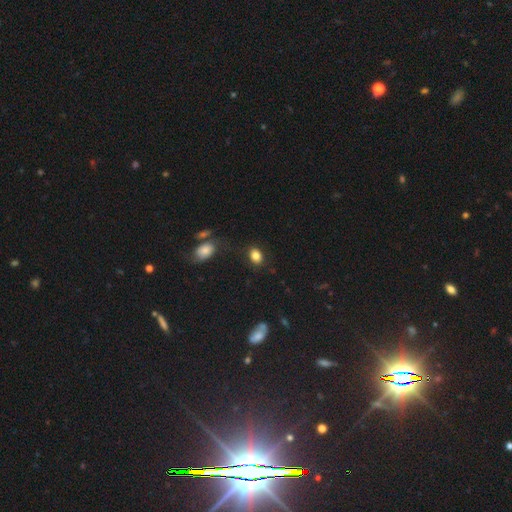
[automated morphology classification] Overall: smooth (84%). How rounded: in between (71%). Merging: none (80%).